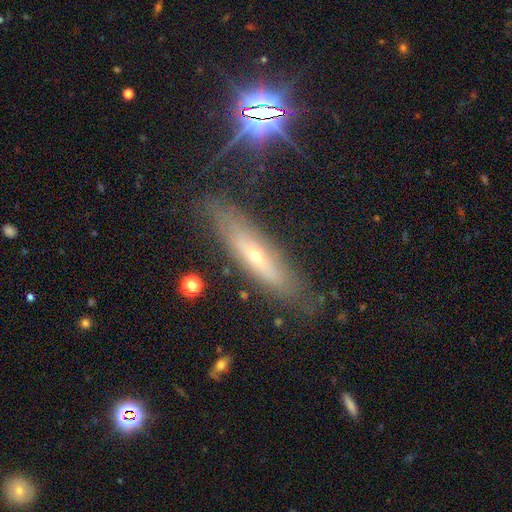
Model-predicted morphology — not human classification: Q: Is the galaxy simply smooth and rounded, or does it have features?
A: featured or disk — 59%.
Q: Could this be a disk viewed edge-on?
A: yes — 62%.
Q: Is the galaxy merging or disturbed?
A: none — 78%.